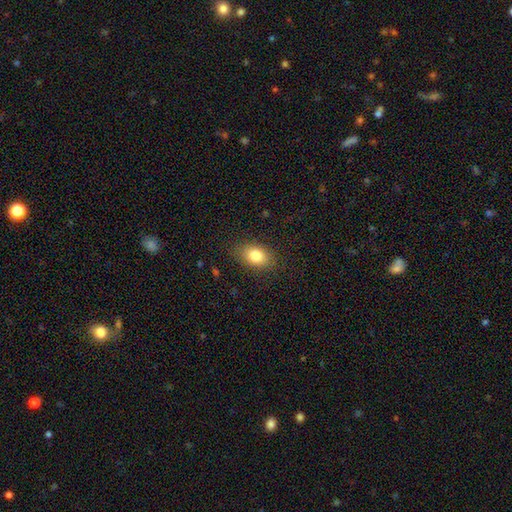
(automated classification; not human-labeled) Smooth or featured? Predicted: smooth (p=0.82). How rounded? Predicted: in between (p=0.84). Merging? Predicted: none (p=0.85).